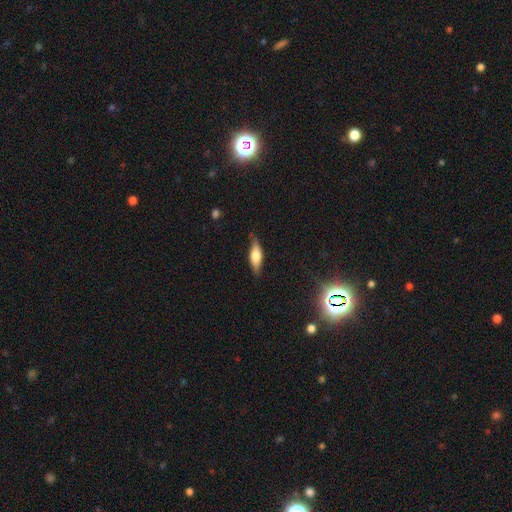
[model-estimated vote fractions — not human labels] A smooth galaxy with no disk features (60%) that is in between round and cigar-shaped (57%). Merging: none (78%).